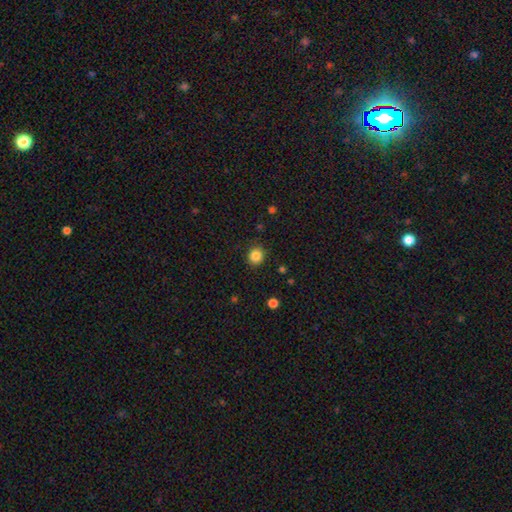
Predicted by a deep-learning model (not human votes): A smooth galaxy with no disk features (85%) that is round (84%).

Vote fractions:
- Smooth or featured? smooth: 85% / star or artifact: 11% / featured or disk: 4%
- How rounded? round: 84% / in between: 15% / cigar-shaped: 1%
- Merging? none: 87% / minor disturbance: 9% / major disturbance: 3% / merger: 1%